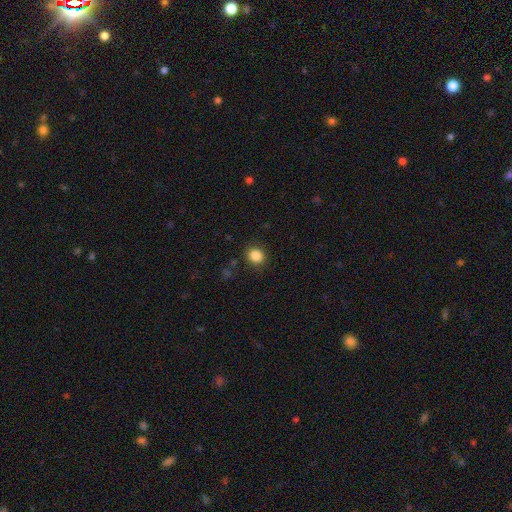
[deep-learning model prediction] Smooth or featured? smooth (85%)
How rounded? round (80%)
Merging? none (88%)